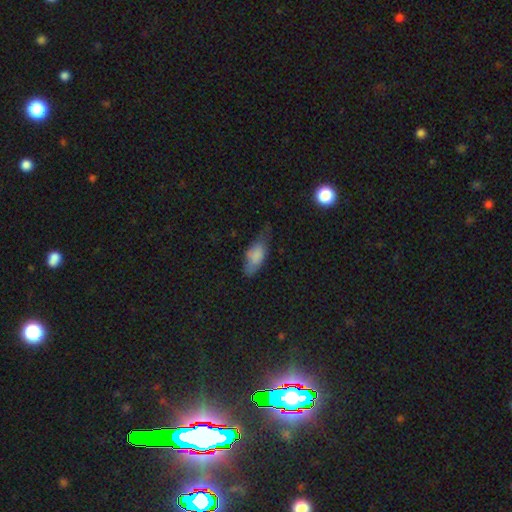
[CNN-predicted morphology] This appears to be a smooth galaxy with no disk features (78%) that is in between round and cigar-shaped (81%). Merging: none (43%).